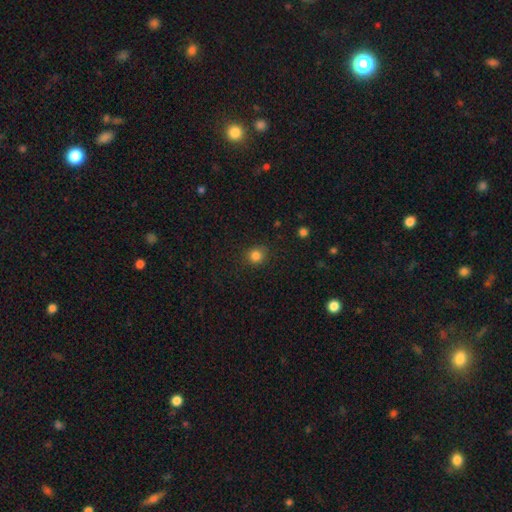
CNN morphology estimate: Smooth or featured: smooth — 83% (star or artifact — 12%)
How rounded: round — 85% (in between — 14%)
Merging: none — 85% (minor disturbance — 11%)